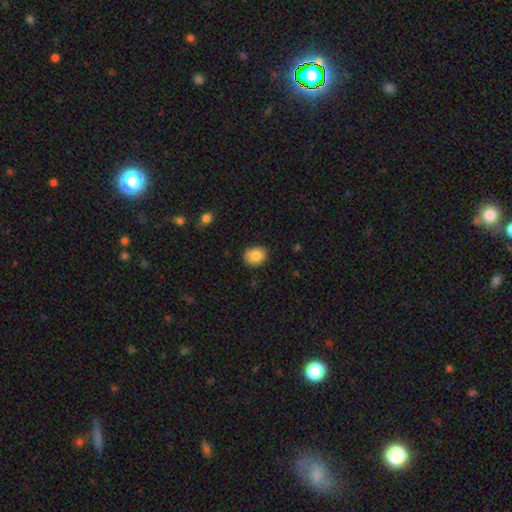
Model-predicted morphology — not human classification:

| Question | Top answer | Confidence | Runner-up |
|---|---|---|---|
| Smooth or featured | smooth | 86% | star or artifact (8%) |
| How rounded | round | 54% | in between (46%) |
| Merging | none | 81% | minor disturbance (15%) |